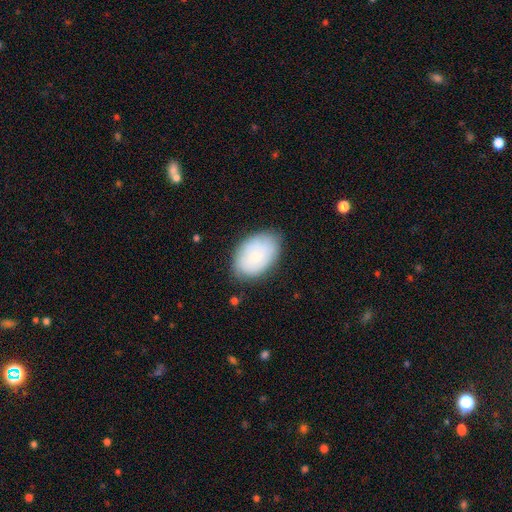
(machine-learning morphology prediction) This appears to be a smooth galaxy with no disk features (73%) that is in between round and cigar-shaped (89%). Merging: none (77%).